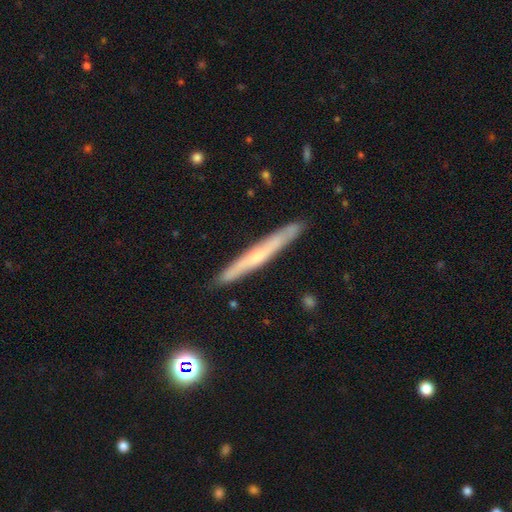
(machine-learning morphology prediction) Smooth or featured? Predicted: featured or disk (p=0.59). Edge-on disk? Predicted: yes (p=0.94). Edge-on bulge? Predicted: none (p=0.52). Merging? Predicted: none (p=0.88).